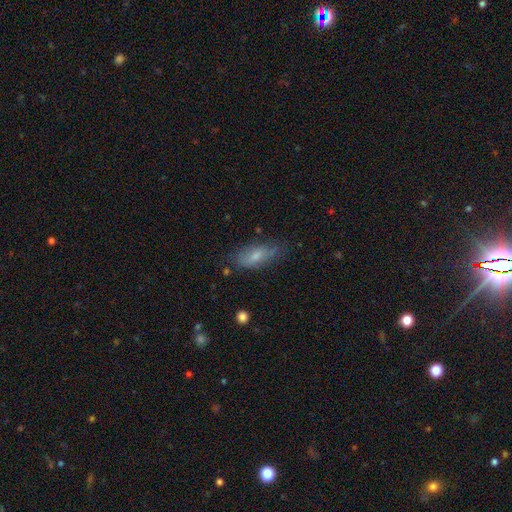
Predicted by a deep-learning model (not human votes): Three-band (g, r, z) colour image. It shows a smooth galaxy with no disk features (56%) that is in between round and cigar-shaped (68%). Merging: none (68%).